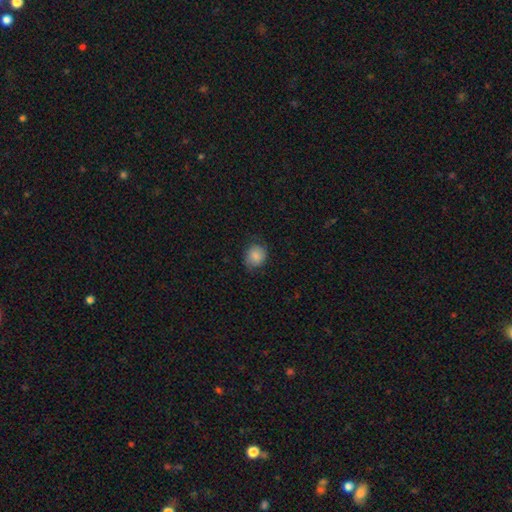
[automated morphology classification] Smooth or featured? Predicted: smooth (p=0.83). How rounded? Predicted: round (p=0.70). Merging? Predicted: none (p=0.73).